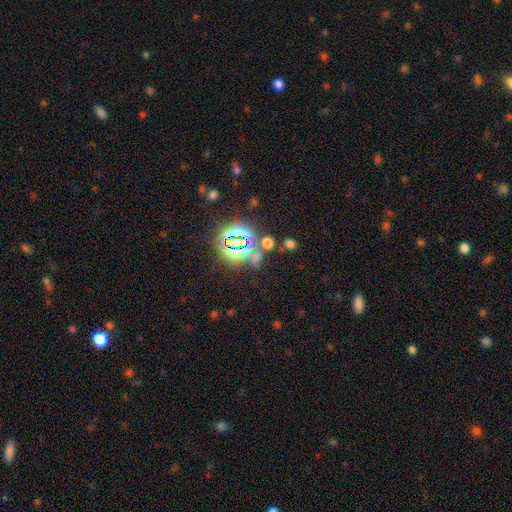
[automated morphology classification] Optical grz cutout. It shows a star or artifact, not a galaxy (69%).